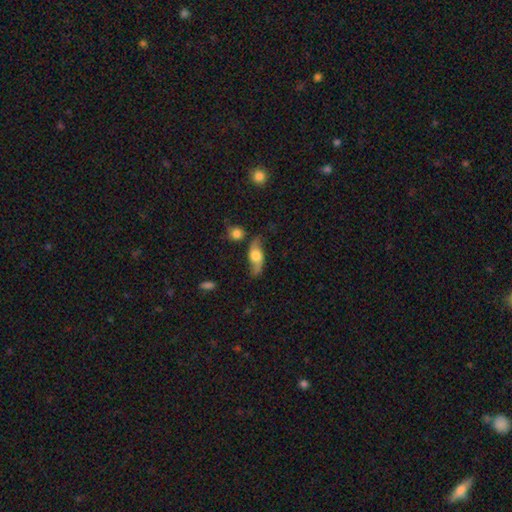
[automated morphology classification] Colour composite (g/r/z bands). It shows a featured or disk galaxy (61%). Merging: none (68%).